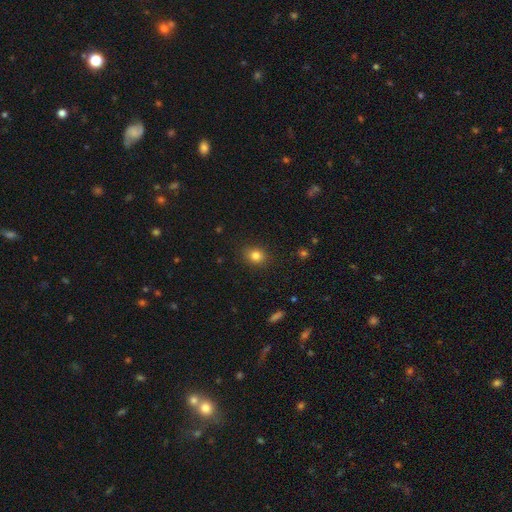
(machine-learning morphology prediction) A smooth galaxy with no disk features (82%) that is round (63%). Merging: none (89%).